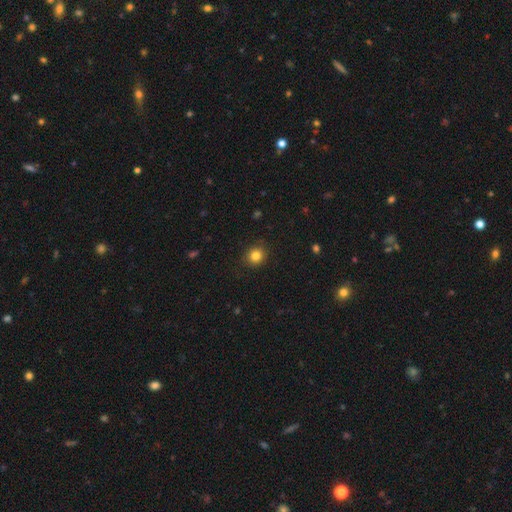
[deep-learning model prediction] Smooth or featured? Predicted: smooth (p=0.83). How rounded? Predicted: round (p=0.83). Merging? Predicted: none (p=0.90).